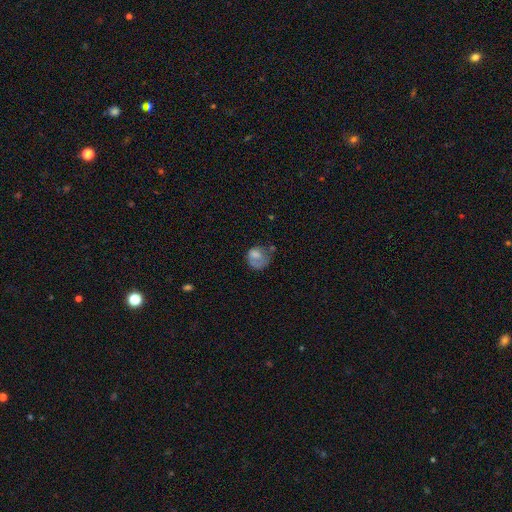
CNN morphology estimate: Smooth or featured? Predicted: smooth (p=0.63). How rounded? Predicted: round (p=0.64). Merging? Predicted: none (p=0.35).